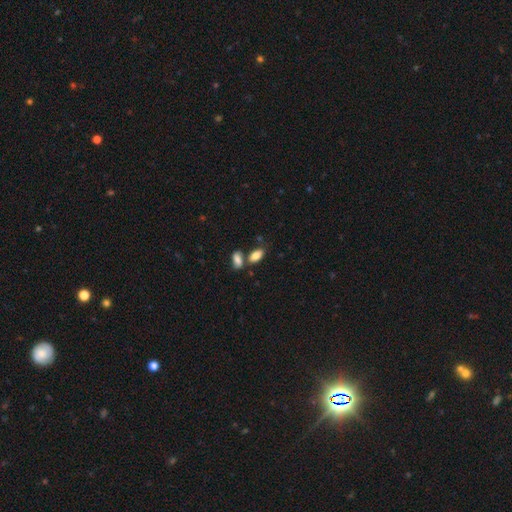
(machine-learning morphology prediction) Overall: smooth (84%). How rounded: in between (92%). Merging: none (58%; merger 27%).